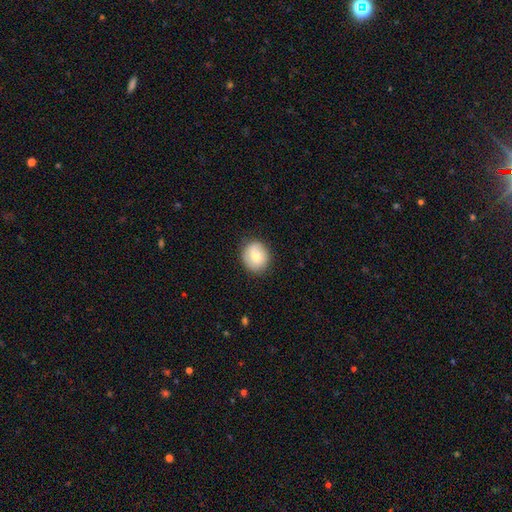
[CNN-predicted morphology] type=smooth (76%); roundness=round (78%); merging=none (86%).